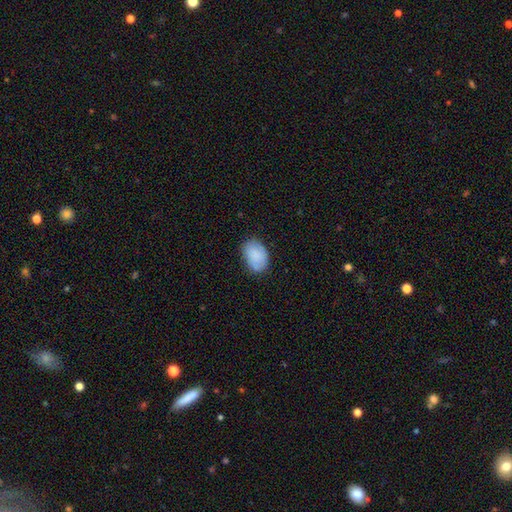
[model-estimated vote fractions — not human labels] Morphology: type=smooth (85%); roundness=in between (84%); merging=none (72%).